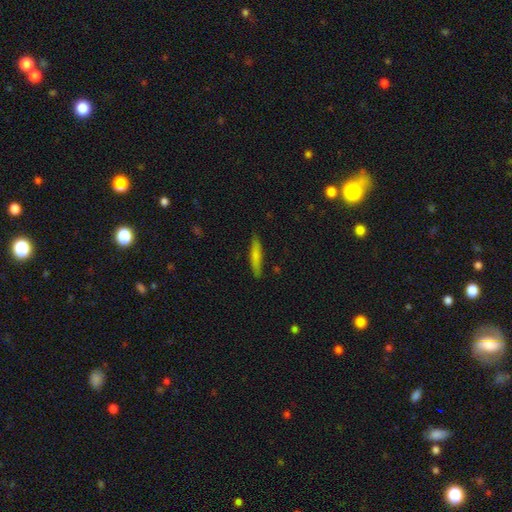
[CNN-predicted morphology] This is likely a smooth galaxy (75%). How rounded: clearly cigar-shaped (89%). Merging: clearly none (86%).